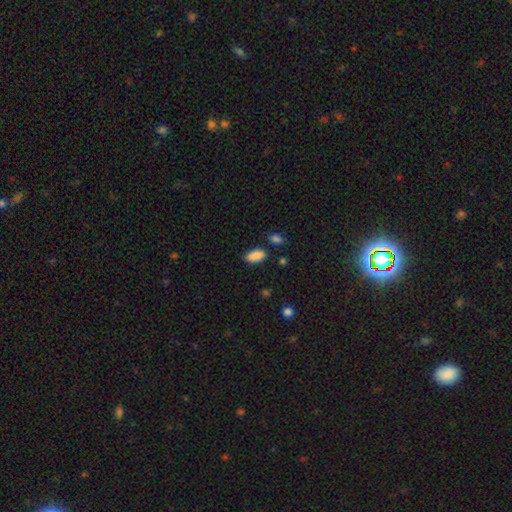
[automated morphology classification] This appears to be a smooth galaxy with no disk features (88%) that is in between round and cigar-shaped (88%). Merging: none (79%).